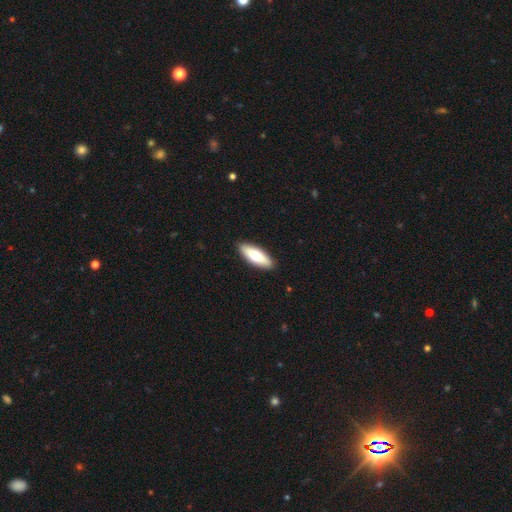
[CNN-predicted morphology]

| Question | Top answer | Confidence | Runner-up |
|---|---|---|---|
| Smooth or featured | smooth | 73% | featured or disk (22%) |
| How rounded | in between | 60% | cigar-shaped (38%) |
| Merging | none | 91% | minor disturbance (7%) |